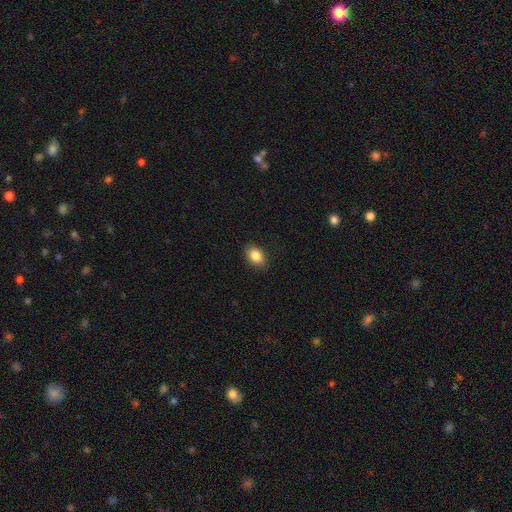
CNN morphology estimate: The model was most divided on "how rounded": in between: 81%, round: 18%, cigar-shaped: 1%. More confident: merging — none (88%); smooth or featured — smooth (86%).